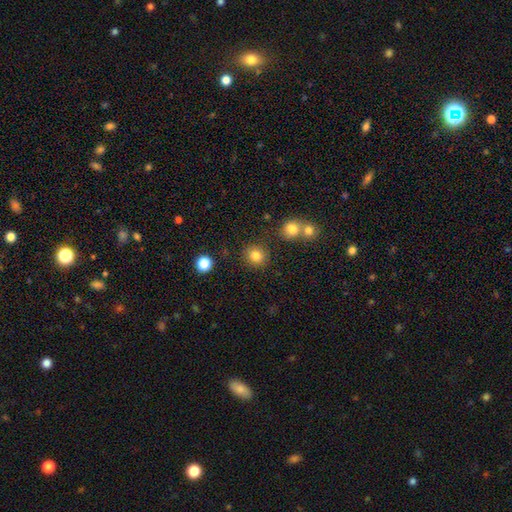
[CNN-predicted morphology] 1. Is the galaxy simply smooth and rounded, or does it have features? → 82% smooth, 12% star or artifact, 6% featured or disk.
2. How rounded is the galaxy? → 91% round, 8% in between, 1% cigar-shaped.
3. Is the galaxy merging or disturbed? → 85% none, 7% minor disturbance, 5% merger, 3% major disturbance.